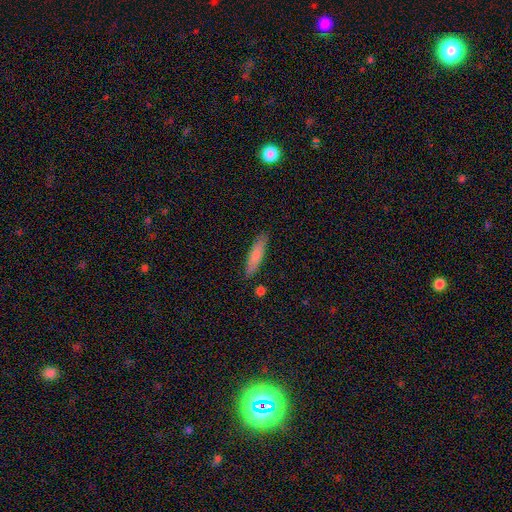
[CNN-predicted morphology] Smooth or featured? smooth (79%)
How rounded? cigar-shaped (76%)
Merging? none (85%)